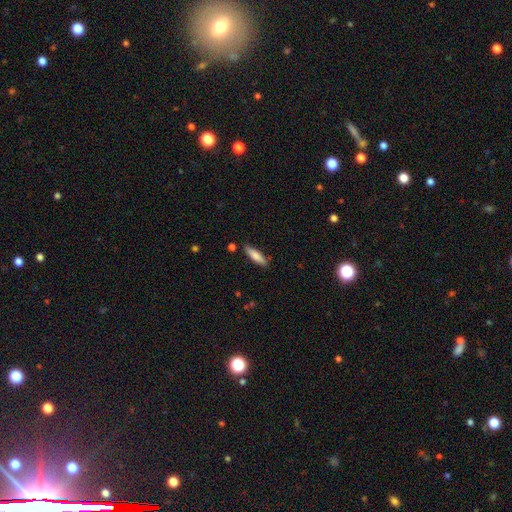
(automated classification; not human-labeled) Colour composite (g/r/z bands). It shows a smooth galaxy with no disk features (78%) that is cigar-shaped (65%). Merging: none (83%).